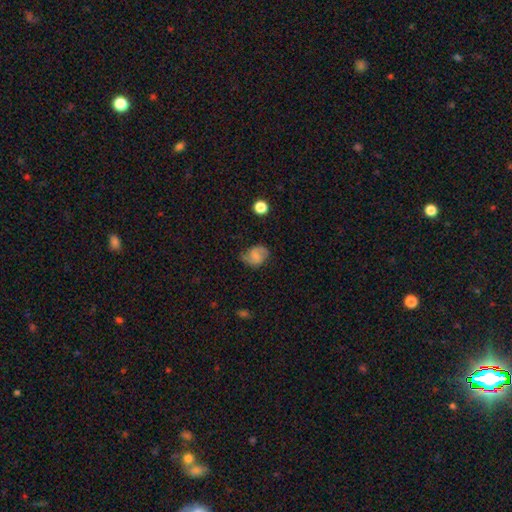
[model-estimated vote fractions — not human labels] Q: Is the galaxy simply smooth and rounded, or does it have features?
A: smooth — 53%.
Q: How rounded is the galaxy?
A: in between — 56%.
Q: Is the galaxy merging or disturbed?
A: none — 61%.